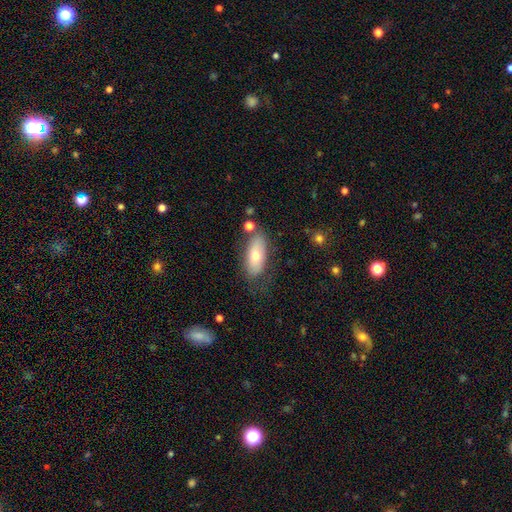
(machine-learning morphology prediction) The model was most divided on "smooth or featured": smooth: 67%, featured or disk: 25%, star or artifact: 7%. More confident: how rounded — in between (84%); merging — none (67%).